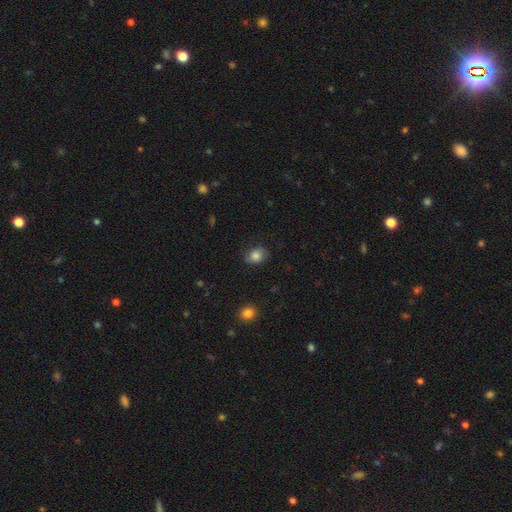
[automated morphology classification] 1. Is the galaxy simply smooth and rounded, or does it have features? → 80% smooth, 12% featured or disk, 9% star or artifact.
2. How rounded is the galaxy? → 64% in between, 35% round, 1% cigar-shaped.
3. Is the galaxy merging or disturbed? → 77% none, 18% minor disturbance, 4% major disturbance, 1% merger.